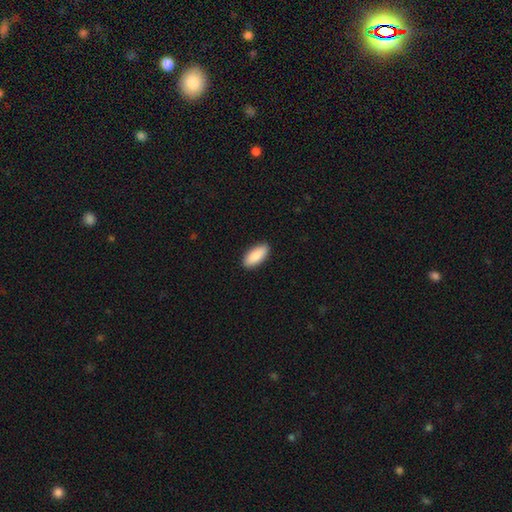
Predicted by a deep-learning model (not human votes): Smooth or featured? Predicted: smooth (p=0.89). How rounded? Predicted: in between (p=0.85). Merging? Predicted: none (p=0.90).